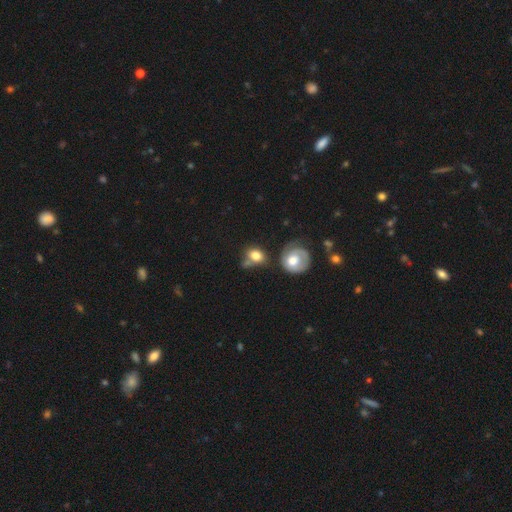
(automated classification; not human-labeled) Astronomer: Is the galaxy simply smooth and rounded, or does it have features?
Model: smooth — 75%.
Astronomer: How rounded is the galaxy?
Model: in between — 51% (runner-up: round, 47%).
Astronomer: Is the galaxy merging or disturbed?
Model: none — 43% (runner-up: merger, 26%).